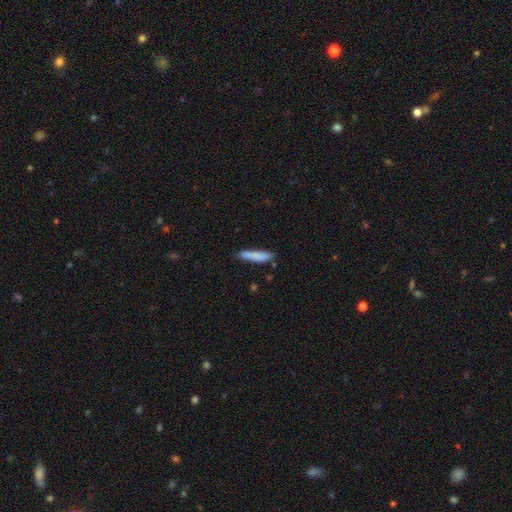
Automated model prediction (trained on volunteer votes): A smooth galaxy with no disk features (82%) that is cigar-shaped (85%).

Vote fractions:
- Smooth or featured? smooth: 82% / featured or disk: 12% / star or artifact: 6%
- How rounded? cigar-shaped: 85% / in between: 14% / round: 1%
- Merging? none: 73% / minor disturbance: 20% / merger: 4% / major disturbance: 3%